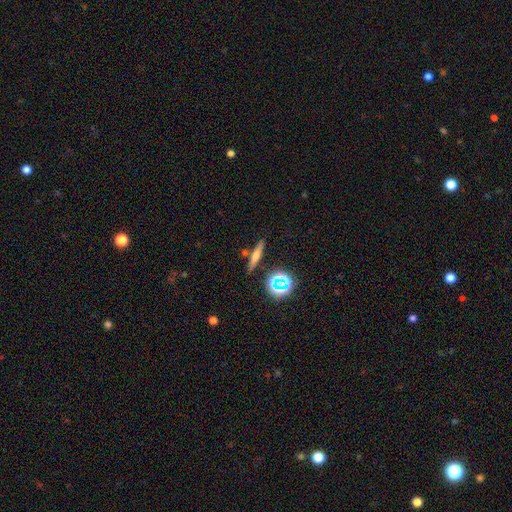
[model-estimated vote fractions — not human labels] Morphology: type=smooth (50%); merging=none (83%).